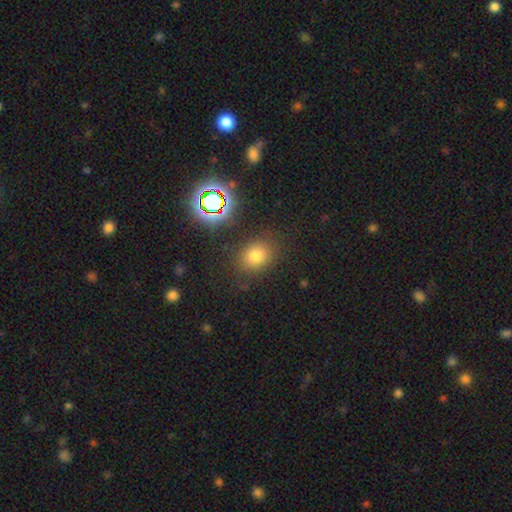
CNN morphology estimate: type=smooth (72%); roundness=round (53%); merging=none (83%).